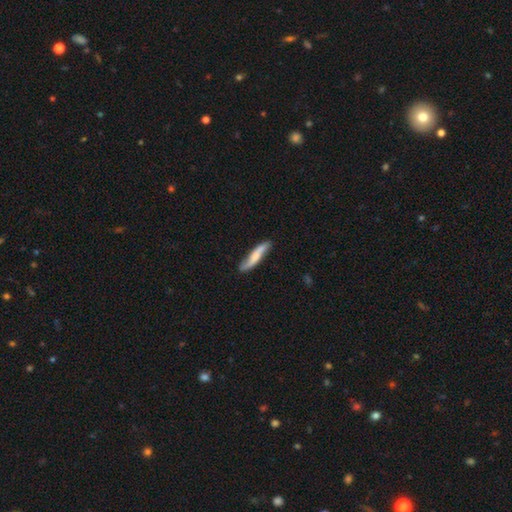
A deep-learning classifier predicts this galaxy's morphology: This is possibly a smooth galaxy (50%). How rounded: clearly cigar-shaped (86%). Merging: likely none (80%).